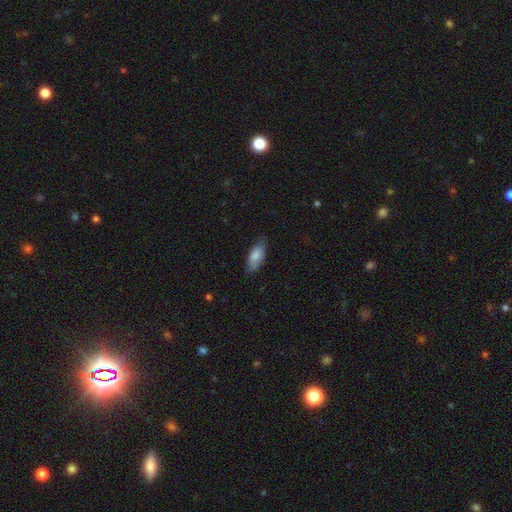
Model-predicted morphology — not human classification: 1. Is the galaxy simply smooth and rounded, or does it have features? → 82% smooth, 12% featured or disk, 6% star or artifact.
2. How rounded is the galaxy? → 84% in between, 14% cigar-shaped, 2% round.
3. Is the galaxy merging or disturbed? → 74% none, 21% minor disturbance, 4% major disturbance, 1% merger.